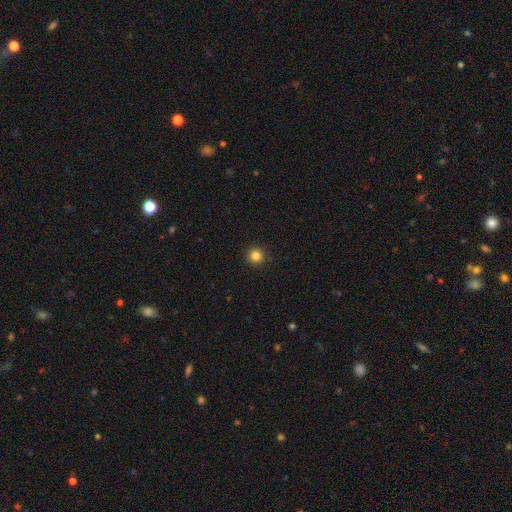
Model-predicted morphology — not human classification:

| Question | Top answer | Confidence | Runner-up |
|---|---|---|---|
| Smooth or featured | smooth | 84% | star or artifact (12%) |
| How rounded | round | 96% | in between (3%) |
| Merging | none | 92% | minor disturbance (5%) |